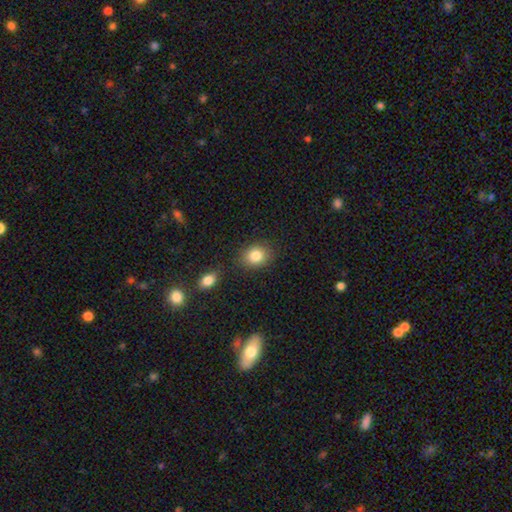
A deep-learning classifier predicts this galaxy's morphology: Q: Smooth or featured?
A: smooth (85%); runner-up: star or artifact (9%)
Q: How rounded?
A: round (54%); runner-up: in between (45%)
Q: Merging?
A: none (80%); runner-up: minor disturbance (11%)